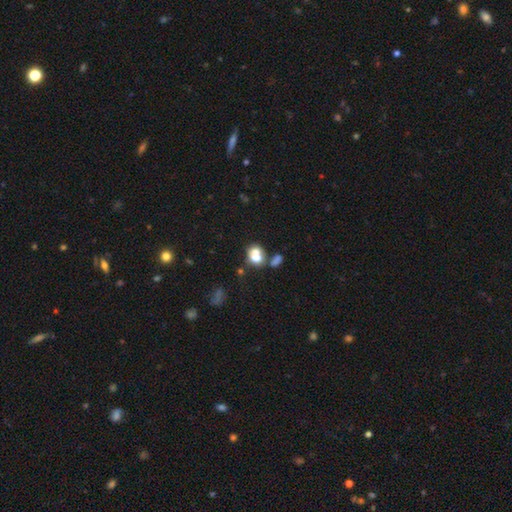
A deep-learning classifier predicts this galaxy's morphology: Smooth or featured? smooth (67%)
How rounded? round (58%)
Merging? merger (48%)